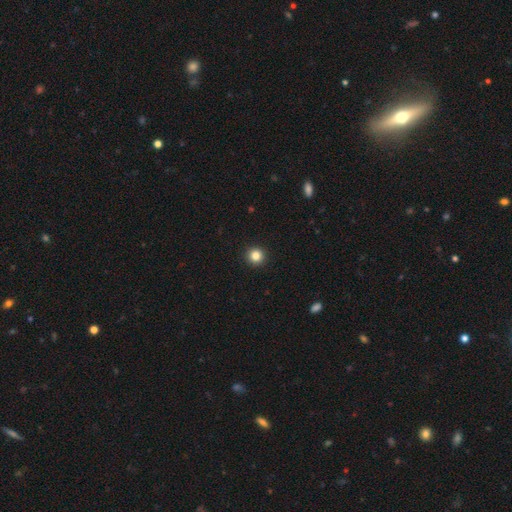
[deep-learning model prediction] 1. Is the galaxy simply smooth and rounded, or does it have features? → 84% smooth, 11% star or artifact, 4% featured or disk.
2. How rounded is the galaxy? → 95% round, 4% in between, 1% cigar-shaped.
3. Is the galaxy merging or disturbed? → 94% none, 4% minor disturbance, 1% major disturbance, 1% merger.